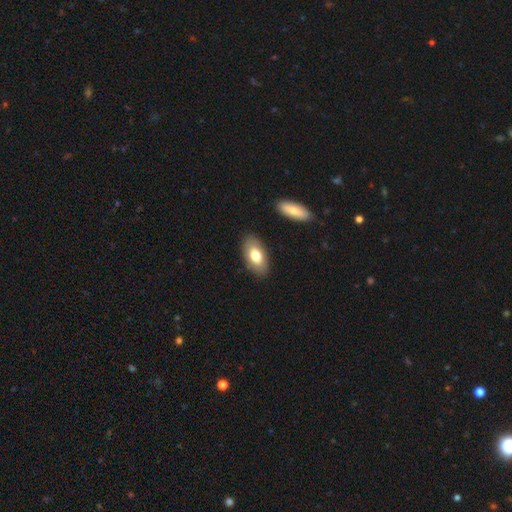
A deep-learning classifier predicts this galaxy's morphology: smooth 73%, featured or disk 20%, star or artifact 6%. Down the decision tree: how rounded — in between (93%); merging — none (86%).